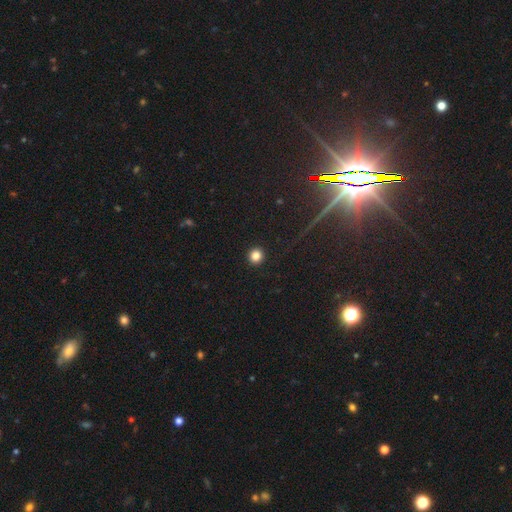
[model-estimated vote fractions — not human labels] Overall: smooth (84%). How rounded: round (93%). Merging: none (93%).